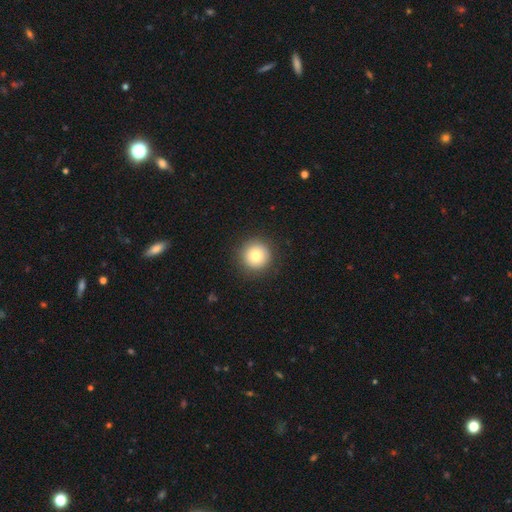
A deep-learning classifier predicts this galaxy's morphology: Smooth or featured? Predicted: smooth (p=0.80). How rounded? Predicted: round (p=0.96). Merging? Predicted: none (p=0.91).